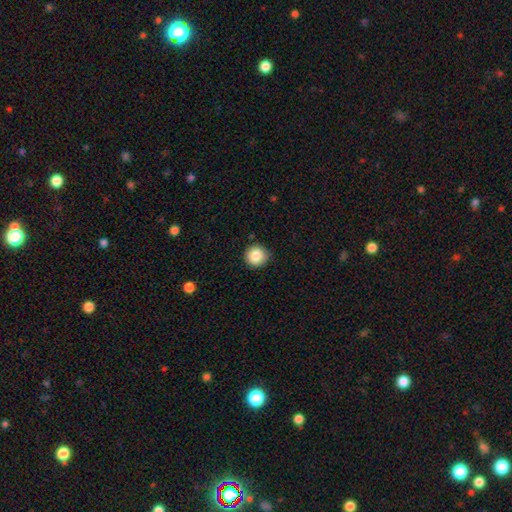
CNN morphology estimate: Smooth or featured?
  - smooth: 86% *
  - star or artifact: 9%
  - featured or disk: 5%
How rounded?
  - round: 94% *
  - in between: 5%
  - cigar-shaped: 1%
Merging?
  - none: 88% *
  - minor disturbance: 9%
  - major disturbance: 2%
  - merger: 1%